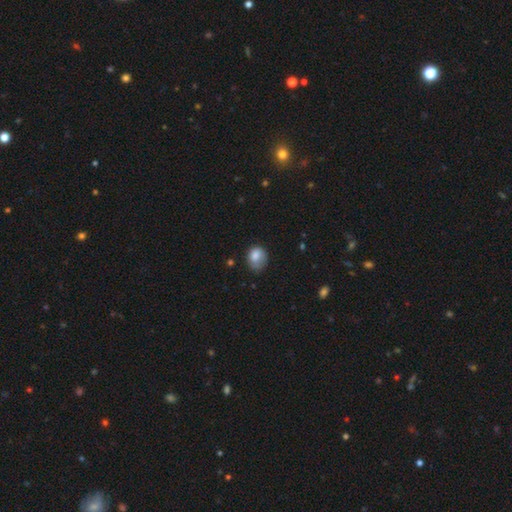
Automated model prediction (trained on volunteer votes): Smooth or featured?
  - smooth: 79% *
  - featured or disk: 12%
  - star or artifact: 9%
How rounded?
  - in between: 51% *
  - round: 48%
  - cigar-shaped: 1%
Merging?
  - none: 45% *
  - minor disturbance: 36%
  - major disturbance: 17%
  - merger: 2%